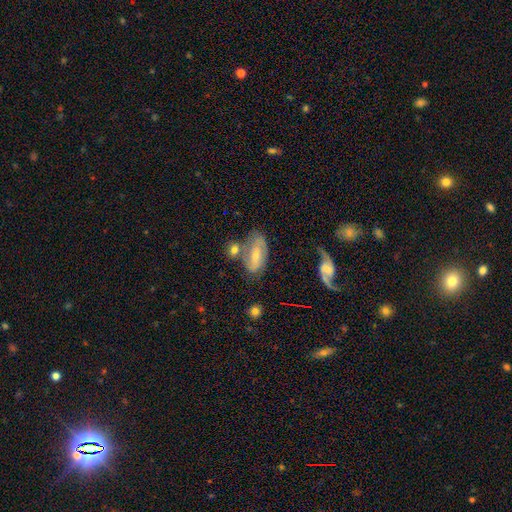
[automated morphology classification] The model was most divided on "smooth or featured": featured or disk: 48%, smooth: 44%, star or artifact: 9%. Remaining: merging — none (48%).